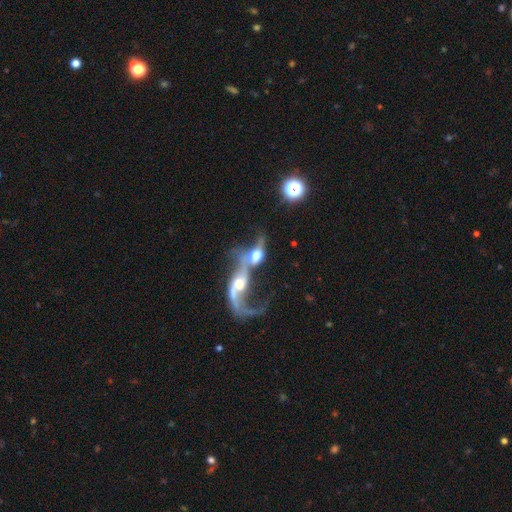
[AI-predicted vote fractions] This is possibly a featured or disk galaxy (57%). It is clearly not viewed edge-on (81%). Merging: likely merger (72%).